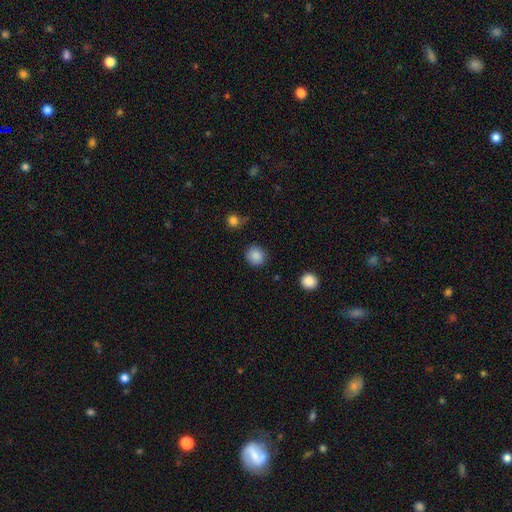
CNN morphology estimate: Smooth or featured? Predicted: smooth (p=0.87). How rounded? Predicted: round (p=0.89). Merging? Predicted: none (p=0.88).